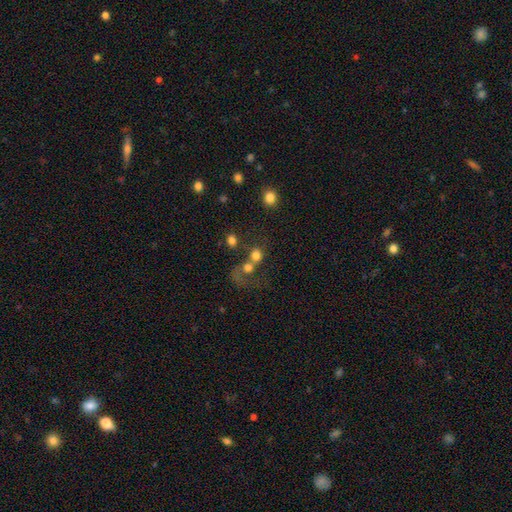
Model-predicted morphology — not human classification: Smooth or featured? Predicted: smooth (p=0.75). How rounded? Predicted: round (p=0.80). Merging? Predicted: merger (p=0.48).